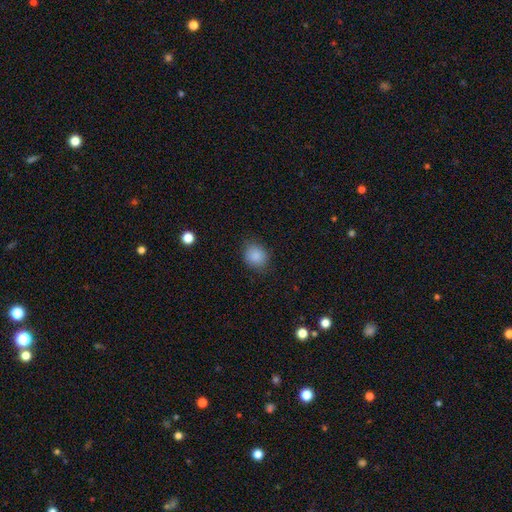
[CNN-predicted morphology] Smooth or featured? Predicted: smooth (p=0.86). How rounded? Predicted: round (p=0.68). Merging? Predicted: none (p=0.83).